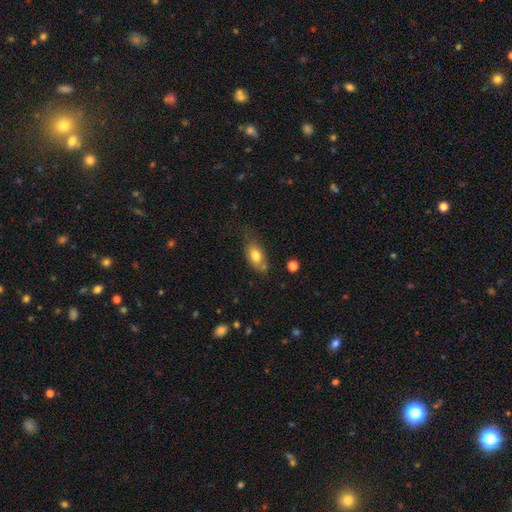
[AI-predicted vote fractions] Smooth or featured? Predicted: smooth (p=0.77). How rounded? Predicted: in between (p=0.86). Merging? Predicted: none (p=0.52).